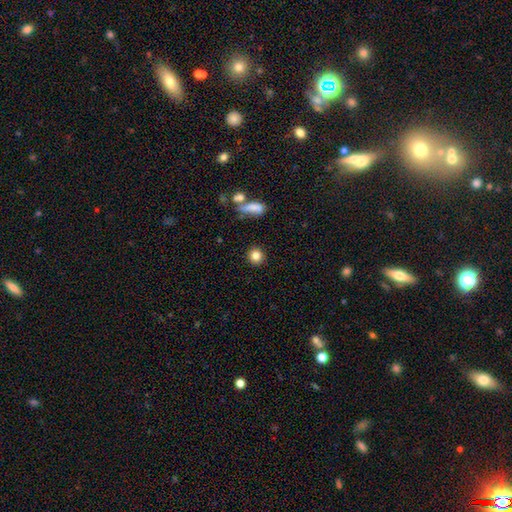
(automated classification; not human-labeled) Smooth or featured: smooth — 82% (star or artifact — 11%)
How rounded: round — 91% (in between — 8%)
Merging: none — 89% (minor disturbance — 6%)